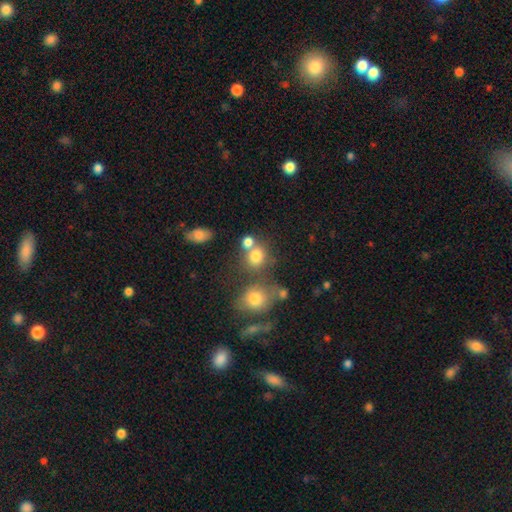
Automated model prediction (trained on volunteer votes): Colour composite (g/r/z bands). It shows a smooth galaxy with no disk features (76%) that is round (73%). Merging: none (52%).